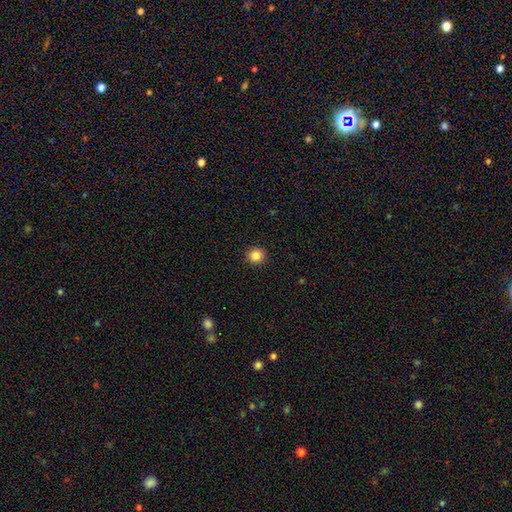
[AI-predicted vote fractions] smooth-or-featured: smooth: 85% | star or artifact: 11% | featured or disk: 4%
  how-rounded: round: 92% | in between: 7% | cigar-shaped: 1%
  merging: none: 92% | minor disturbance: 5% | major disturbance: 2% | merger: 1%